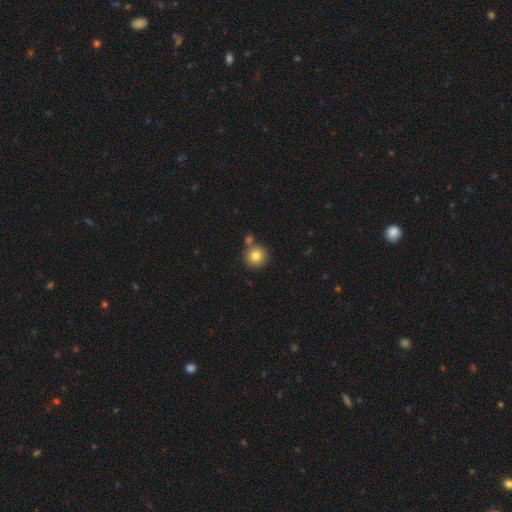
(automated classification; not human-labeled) A smooth galaxy with no disk features (80%) that is round (93%). Merging: none (71%).